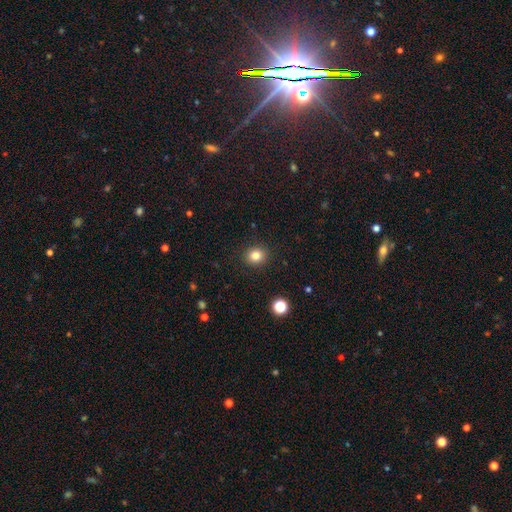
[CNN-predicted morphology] Q: Smooth or featured?
A: smooth (82%); runner-up: star or artifact (12%)
Q: How rounded?
A: round (76%); runner-up: in between (23%)
Q: Merging?
A: none (91%); runner-up: minor disturbance (6%)